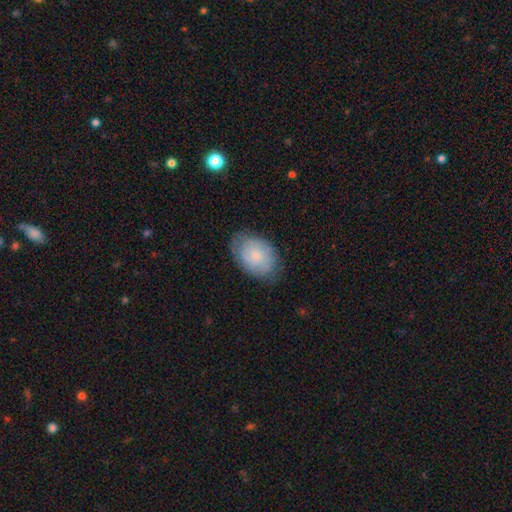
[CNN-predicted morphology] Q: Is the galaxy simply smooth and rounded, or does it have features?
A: smooth — 59%.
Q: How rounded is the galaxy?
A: in between — 83%.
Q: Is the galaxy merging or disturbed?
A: none — 73%.